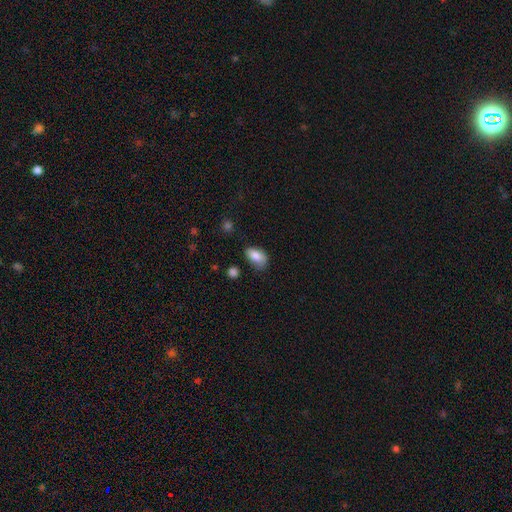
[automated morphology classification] Q: Smooth or featured?
A: smooth (80%); runner-up: featured or disk (12%)
Q: How rounded?
A: in between (90%); runner-up: round (8%)
Q: Merging?
A: none (50%); runner-up: minor disturbance (36%)